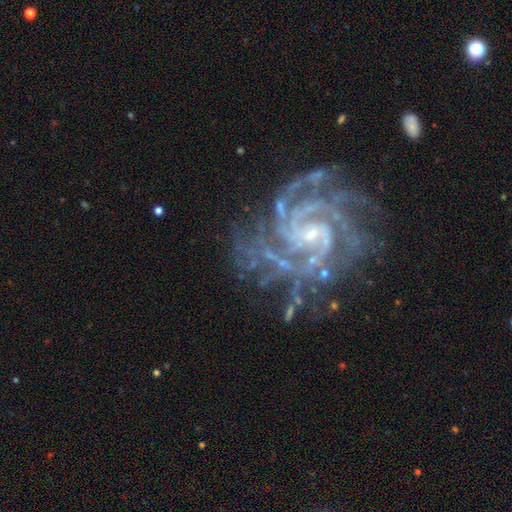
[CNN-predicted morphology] type=featured or disk (93%); edge-on=no (98%); bar=no (47%); spiral arms=yes (99%); winding=tight (68%); arm count=4 (22%); bulge=small (79%); merging=none (72%).